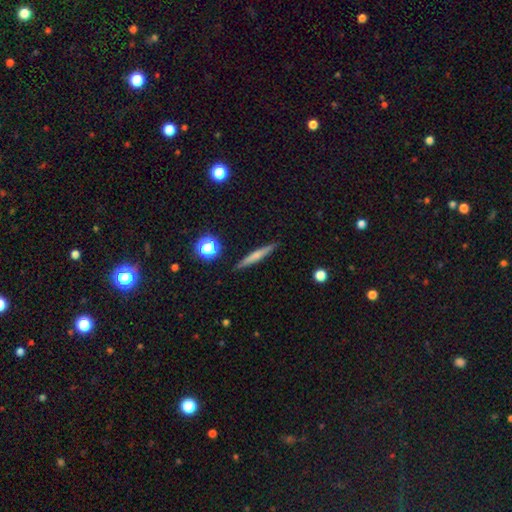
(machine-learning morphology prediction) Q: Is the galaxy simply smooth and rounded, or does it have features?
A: smooth — 52%.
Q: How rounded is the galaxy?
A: cigar-shaped — 92%.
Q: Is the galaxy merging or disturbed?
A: none — 90%.